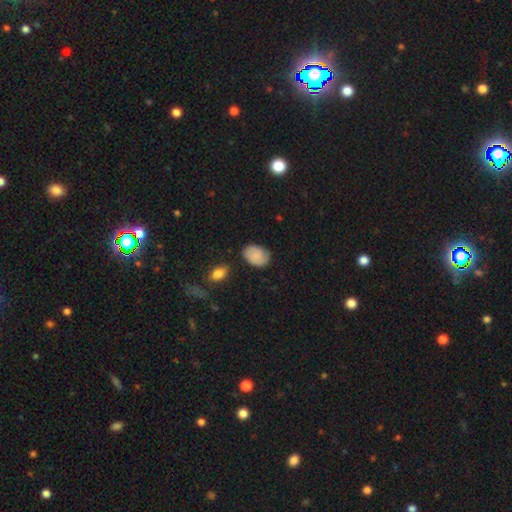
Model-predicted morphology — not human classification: The model was most divided on "merging": none: 75%, minor disturbance: 18%, major disturbance: 4%, merger: 3%. More confident: how rounded — in between (80%); smooth or featured — smooth (79%).